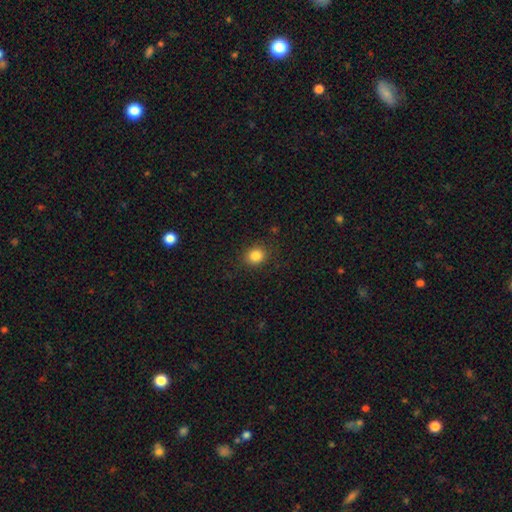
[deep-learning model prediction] Smooth or featured?
  - smooth: 85% *
  - star or artifact: 11%
  - featured or disk: 5%
How rounded?
  - round: 69% *
  - in between: 30%
  - cigar-shaped: 1%
Merging?
  - none: 87% *
  - minor disturbance: 9%
  - major disturbance: 3%
  - merger: 1%